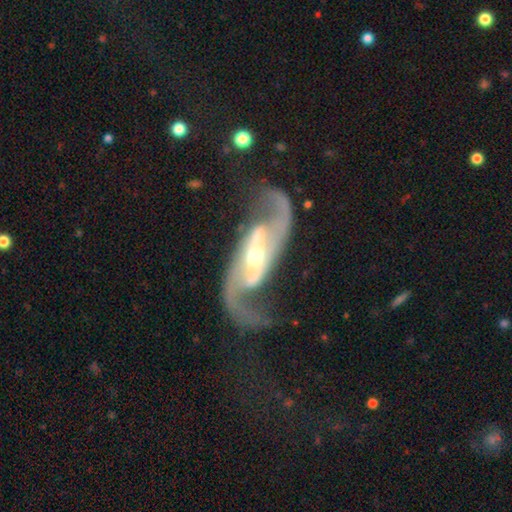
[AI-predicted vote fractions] A featured or disk galaxy (92%) with a strong bar (53%), 2 (93%) loose (60%) spiral arms (97%) and a moderate central bulge (60%). Merging: none (68%).